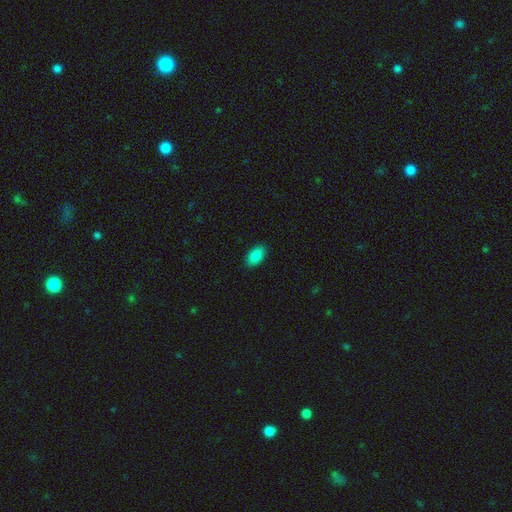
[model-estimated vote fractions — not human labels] Overall: smooth (85%). How rounded: in between (92%). Merging: none (89%).